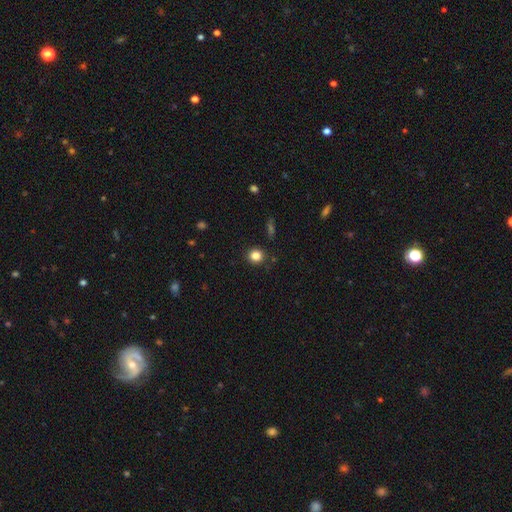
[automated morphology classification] Overall: smooth (83%). How rounded: round (84%). Merging: none (89%).